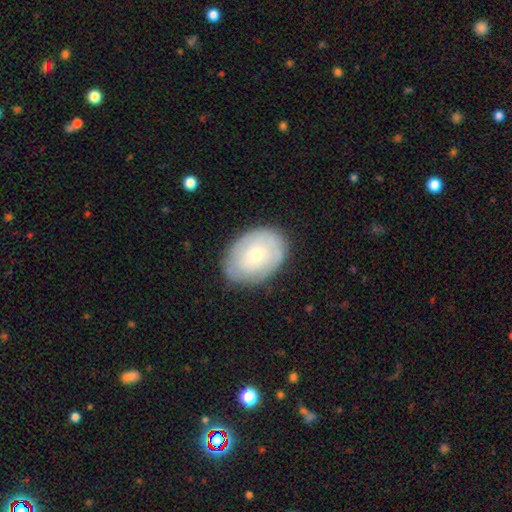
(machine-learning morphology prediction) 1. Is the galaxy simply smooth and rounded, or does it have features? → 54% smooth, 39% featured or disk, 7% star or artifact.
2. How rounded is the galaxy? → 74% in between, 25% round, 1% cigar-shaped.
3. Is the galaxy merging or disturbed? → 75% none, 18% minor disturbance, 5% major disturbance, 2% merger.